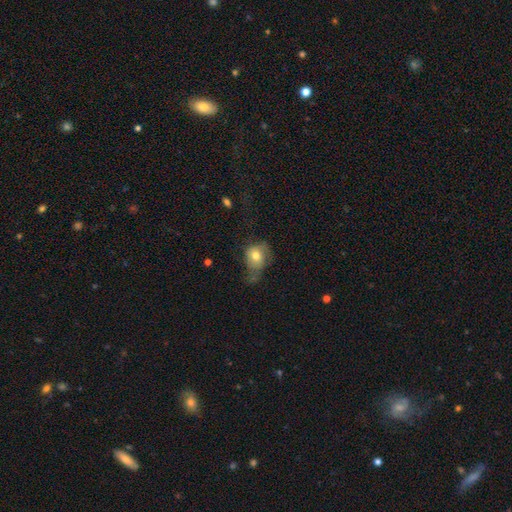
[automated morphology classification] smooth_or_featured: smooth (p=0.72) [alt: featured or disk p=0.19]
how_rounded: round (p=0.56) [alt: in between p=0.43]
merging: minor disturbance (p=0.34) [alt: none p=0.33]